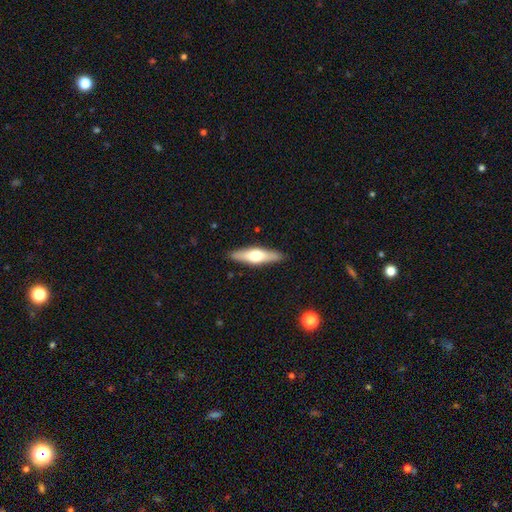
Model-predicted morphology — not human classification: smooth_or_featured: featured or disk (p=0.52) [alt: smooth p=0.43]
disk_edge_on: yes (p=0.92) [alt: no p=0.08]
merging: none (p=0.90) [alt: minor disturbance p=0.08]